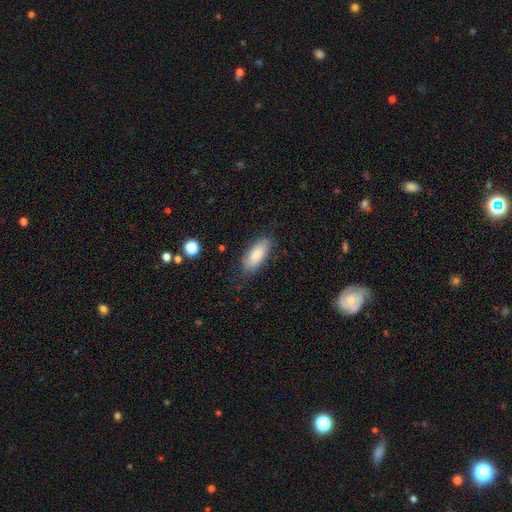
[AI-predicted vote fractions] Morphology: type=smooth (83%); roundness=in between (83%); merging=none (75%).